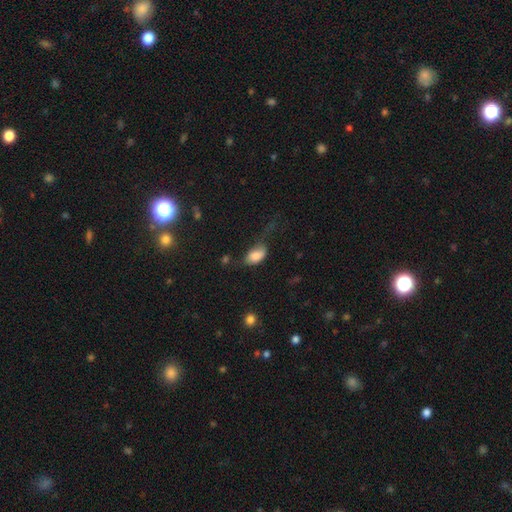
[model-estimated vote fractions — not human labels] A smooth galaxy with no disk features (79%) that is in between round and cigar-shaped (91%).

Vote fractions:
- Smooth or featured? smooth: 79% / featured or disk: 13% / star or artifact: 8%
- How rounded? in between: 91% / round: 6% / cigar-shaped: 2%
- Merging? none: 34% / minor disturbance: 31% / major disturbance: 30% / merger: 4%